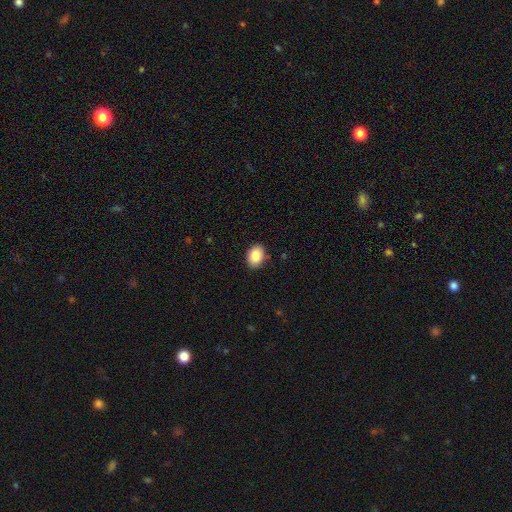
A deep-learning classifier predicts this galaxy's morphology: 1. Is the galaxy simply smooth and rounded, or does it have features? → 87% smooth, 8% star or artifact, 5% featured or disk.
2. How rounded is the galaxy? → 70% in between, 29% round, 1% cigar-shaped.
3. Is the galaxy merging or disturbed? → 86% none, 10% minor disturbance, 2% major disturbance, 1% merger.